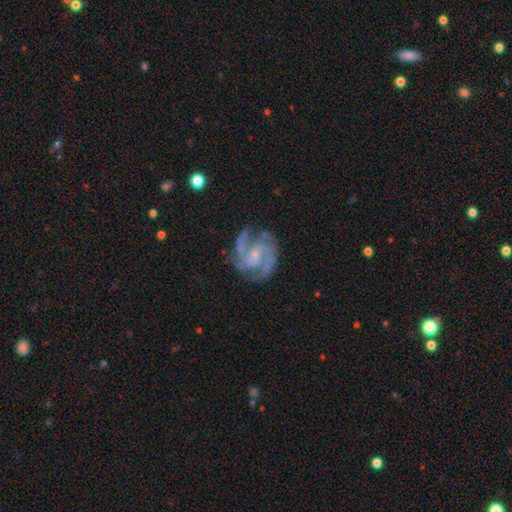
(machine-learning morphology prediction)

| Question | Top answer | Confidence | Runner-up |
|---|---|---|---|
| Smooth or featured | featured or disk | 89% | smooth (6%) |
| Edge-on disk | no | 98% | yes (2%) |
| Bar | weak | 46% | no (43%) |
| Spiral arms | yes | 97% | no (3%) |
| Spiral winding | medium | 57% | tight (30%) |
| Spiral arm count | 2 | 53% | 3 (26%) |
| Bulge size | small | 66% | moderate (20%) |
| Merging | none | 71% | minor disturbance (18%) |